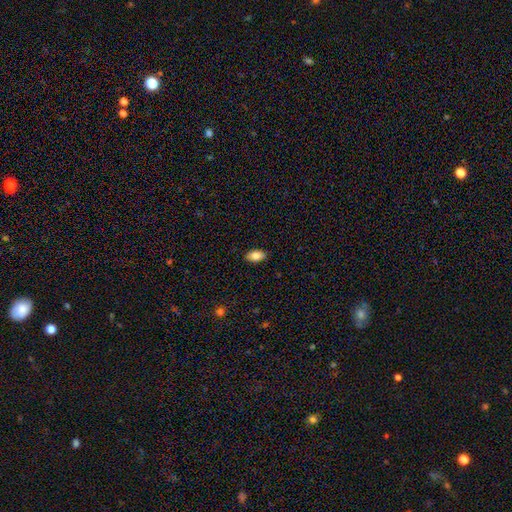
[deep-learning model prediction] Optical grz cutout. It shows a smooth galaxy with no disk features (84%) that is in between round and cigar-shaped (93%). Merging: none (88%).